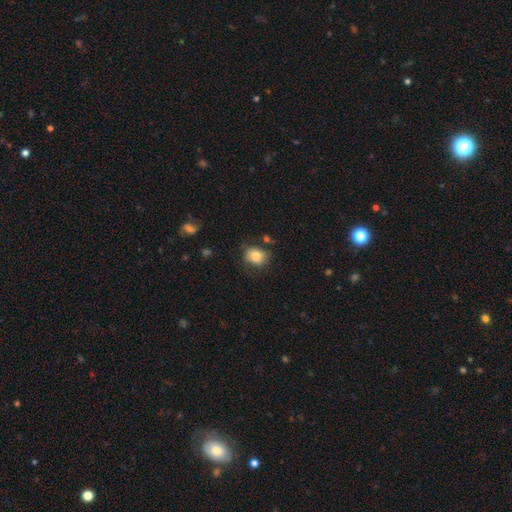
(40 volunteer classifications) smooth_or_featured: smooth (p=0.85) [alt: star or artifact p=0.12]
how_rounded: round (p=0.56) [alt: in between p=0.44]
merging: none (p=0.66) [alt: minor disturbance p=0.26]